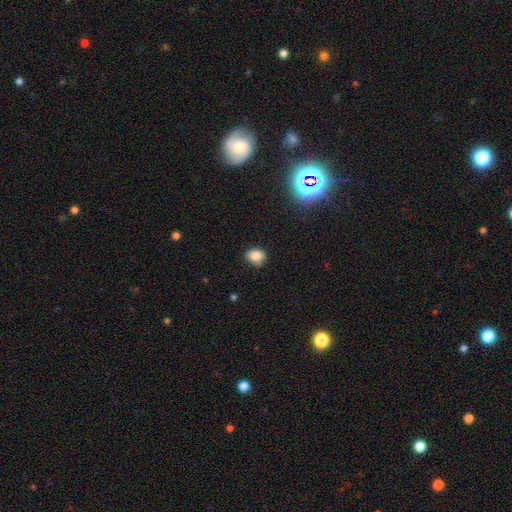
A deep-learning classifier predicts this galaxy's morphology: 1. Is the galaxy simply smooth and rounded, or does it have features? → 81% smooth, 11% star or artifact, 7% featured or disk.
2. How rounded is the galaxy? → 59% in between, 40% round, 1% cigar-shaped.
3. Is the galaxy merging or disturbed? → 67% none, 25% minor disturbance, 4% major disturbance, 3% merger.